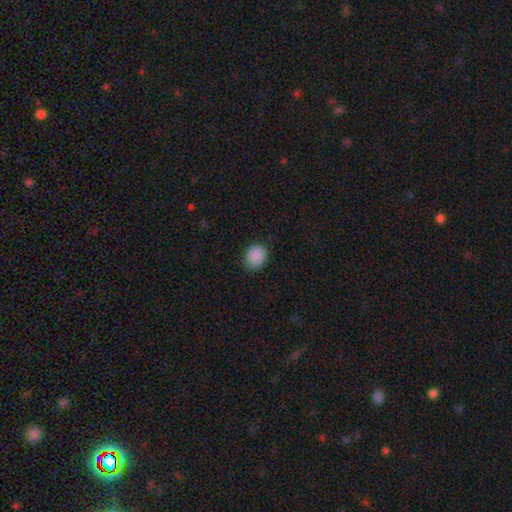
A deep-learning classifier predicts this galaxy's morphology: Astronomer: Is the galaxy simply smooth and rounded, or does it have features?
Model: smooth — 89%.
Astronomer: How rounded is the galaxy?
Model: round — 62%.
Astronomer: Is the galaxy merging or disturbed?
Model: none — 86%.